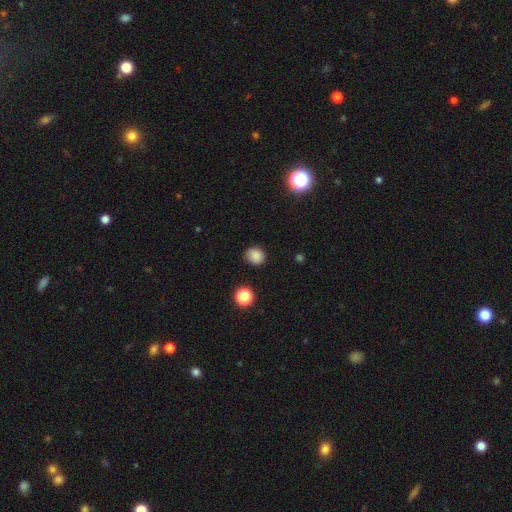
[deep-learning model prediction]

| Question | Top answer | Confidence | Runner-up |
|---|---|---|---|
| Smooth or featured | smooth | 84% | star or artifact (12%) |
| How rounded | round | 76% | in between (23%) |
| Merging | none | 85% | minor disturbance (11%) |